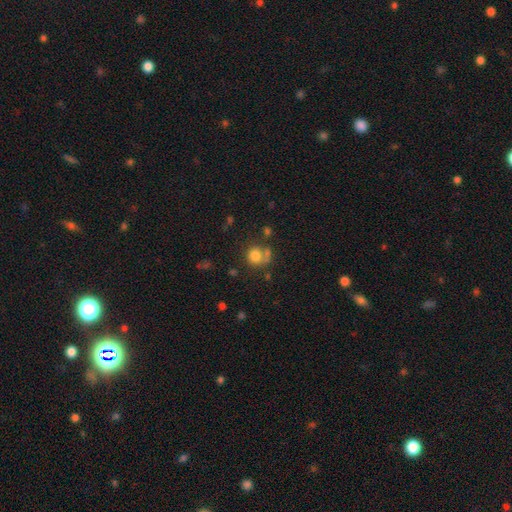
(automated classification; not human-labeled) Smooth or featured?
  - smooth: 78% *
  - star or artifact: 12%
  - featured or disk: 10%
How rounded?
  - round: 82% *
  - in between: 17%
  - cigar-shaped: 1%
Merging?
  - none: 54% *
  - merger: 21%
  - minor disturbance: 15%
  - major disturbance: 10%